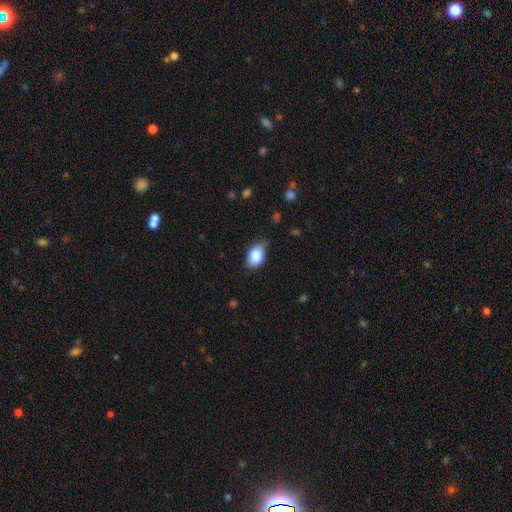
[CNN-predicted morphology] A smooth galaxy with no disk features (85%) that is in between round and cigar-shaped (86%). Merging: none (72%).